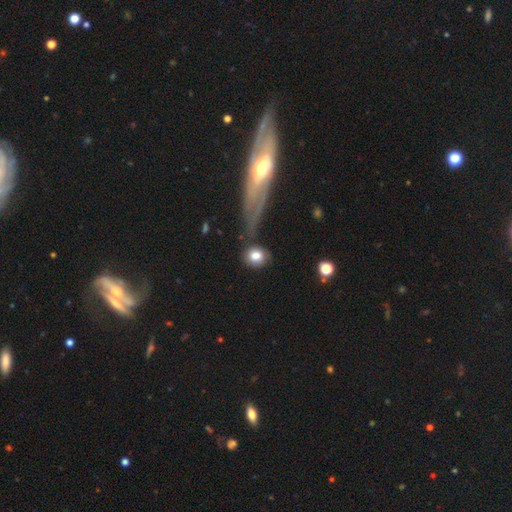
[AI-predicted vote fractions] Smooth or featured? Predicted: smooth (p=0.81). How rounded? Predicted: round (p=0.73). Merging? Predicted: none (p=0.69).